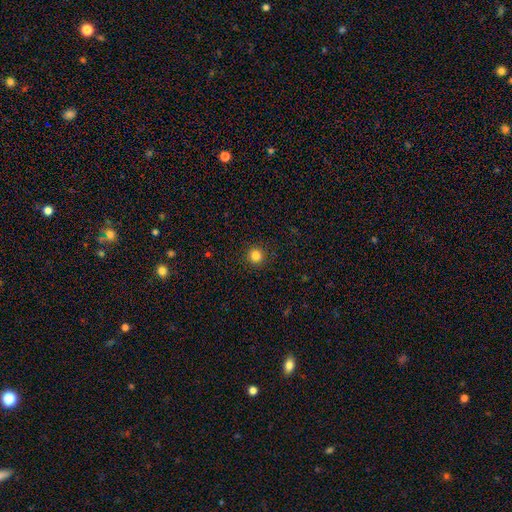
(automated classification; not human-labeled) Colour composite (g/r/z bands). It shows a smooth galaxy with no disk features (83%) that is round (95%). Merging: none (93%).